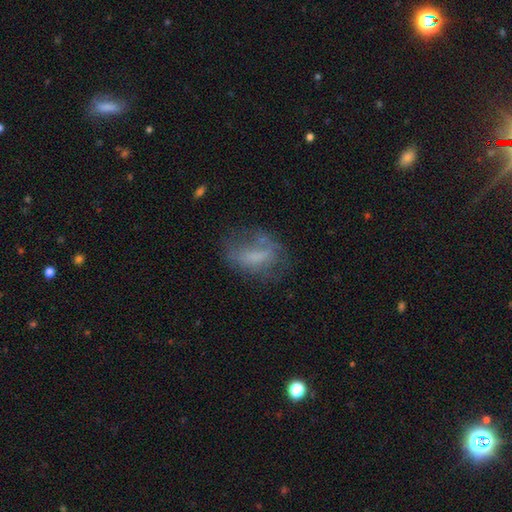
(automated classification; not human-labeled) smooth_or_featured: smooth (p=0.52) [alt: featured or disk p=0.36]
how_rounded: in between (p=0.80) [alt: round p=0.15]
merging: none (p=0.45) [alt: major disturbance p=0.26]